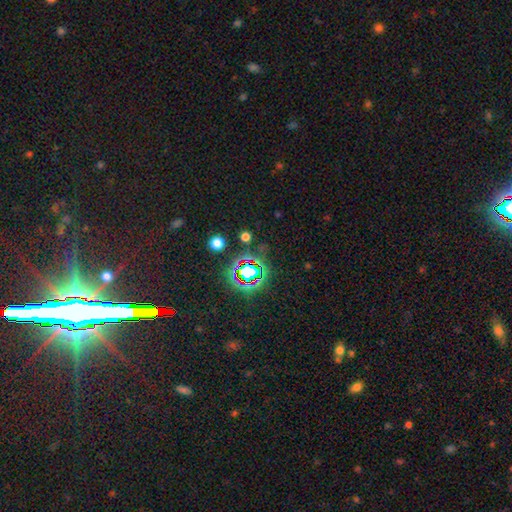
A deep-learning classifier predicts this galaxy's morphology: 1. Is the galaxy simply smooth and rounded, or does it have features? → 79% star or artifact, 11% smooth, 10% featured or disk.